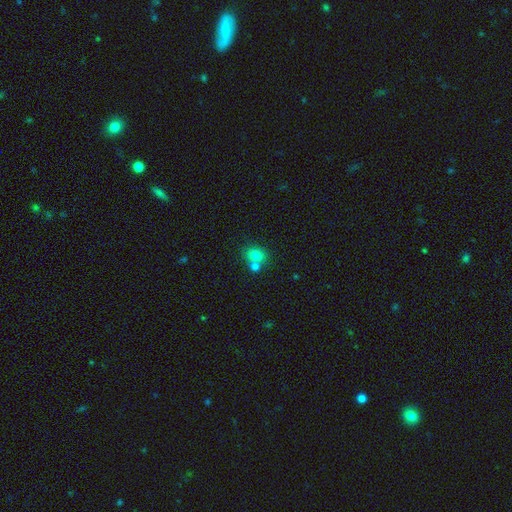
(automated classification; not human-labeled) Smooth or featured?
  - smooth: 79% *
  - star or artifact: 12%
  - featured or disk: 9%
How rounded?
  - round: 56% *
  - in between: 43%
  - cigar-shaped: 1%
Merging?
  - none: 53% *
  - merger: 34%
  - minor disturbance: 10%
  - major disturbance: 3%